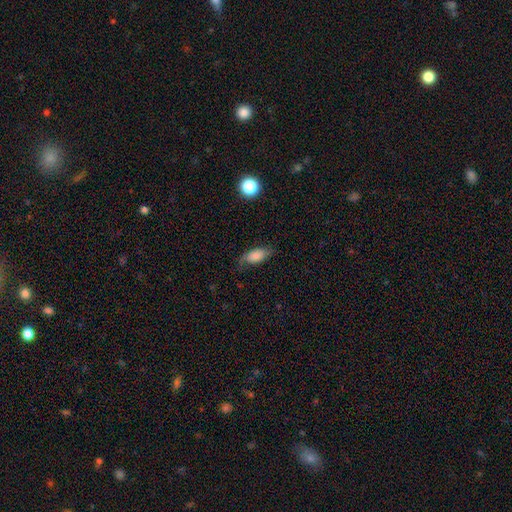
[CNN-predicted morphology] smooth-or-featured: smooth: 74% | featured or disk: 18% | star or artifact: 8%
  how-rounded: in between: 87% | cigar-shaped: 9% | round: 4%
  merging: none: 63% | minor disturbance: 27% | major disturbance: 9% | merger: 1%